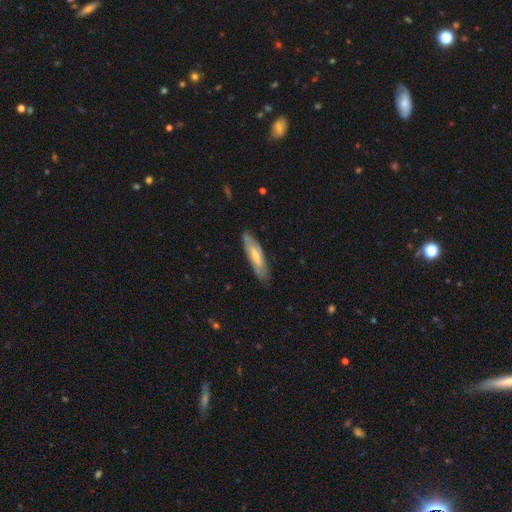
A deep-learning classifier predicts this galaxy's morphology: This is possibly a featured or disk galaxy (53%). It is likely not viewed edge-on (63%). Merging: likely none (79%).